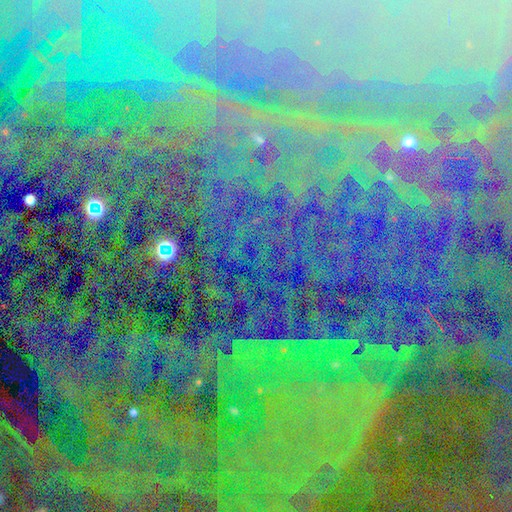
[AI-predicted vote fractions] smooth-or-featured: star or artifact: 85% | featured or disk: 8% | smooth: 7%